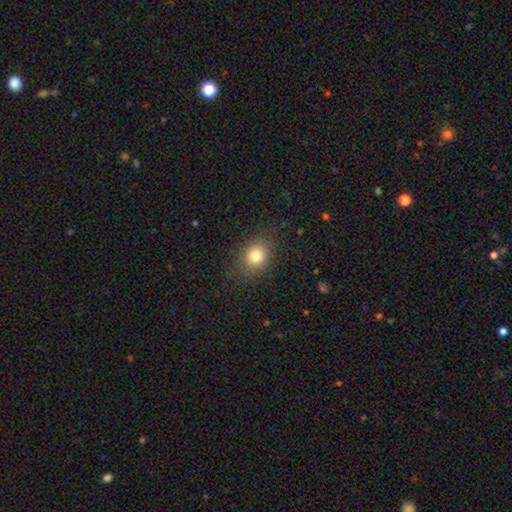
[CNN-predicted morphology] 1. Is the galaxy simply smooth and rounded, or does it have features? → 80% smooth, 12% star or artifact, 8% featured or disk.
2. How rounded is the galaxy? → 64% round, 36% in between, 1% cigar-shaped.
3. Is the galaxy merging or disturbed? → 84% none, 10% minor disturbance, 4% major disturbance, 1% merger.